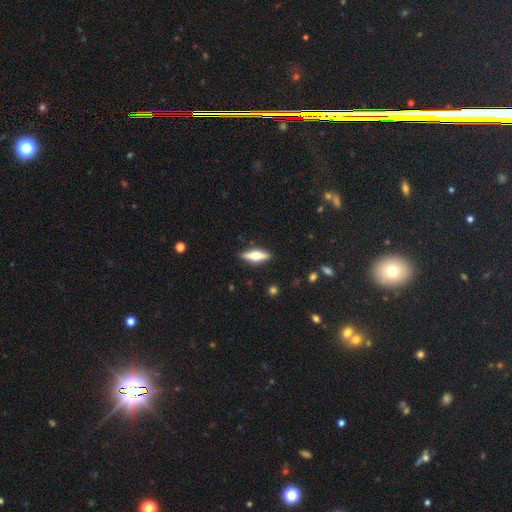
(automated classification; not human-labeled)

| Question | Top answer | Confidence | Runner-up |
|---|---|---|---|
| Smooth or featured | featured or disk | 53% | smooth (41%) |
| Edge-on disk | yes | 94% | no (6%) |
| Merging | none | 89% | minor disturbance (8%) |